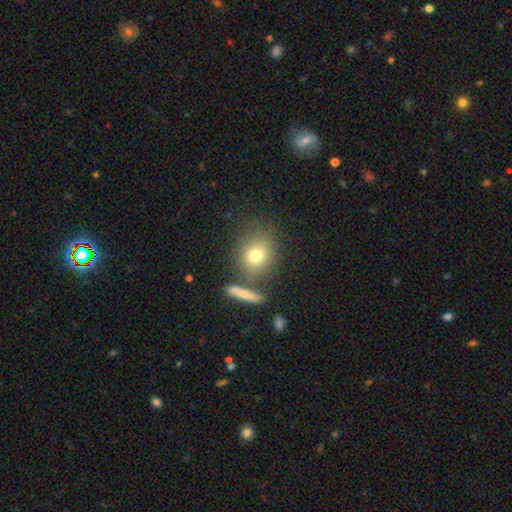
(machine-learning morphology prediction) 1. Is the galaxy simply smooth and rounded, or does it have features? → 72% smooth, 16% featured or disk, 12% star or artifact.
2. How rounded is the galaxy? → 73% round, 24% in between, 2% cigar-shaped.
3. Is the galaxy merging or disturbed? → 70% none, 13% merger, 12% minor disturbance, 5% major disturbance.